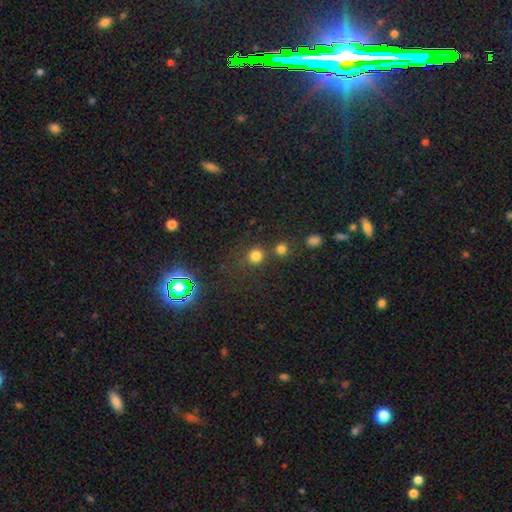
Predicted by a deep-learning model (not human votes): A smooth galaxy with no disk features (76%) that is round (91%).

Vote fractions:
- Smooth or featured? smooth: 76% / star or artifact: 18% / featured or disk: 6%
- How rounded? round: 91% / in between: 8% / cigar-shaped: 1%
- Merging? none: 72% / merger: 16% / minor disturbance: 8% / major disturbance: 4%